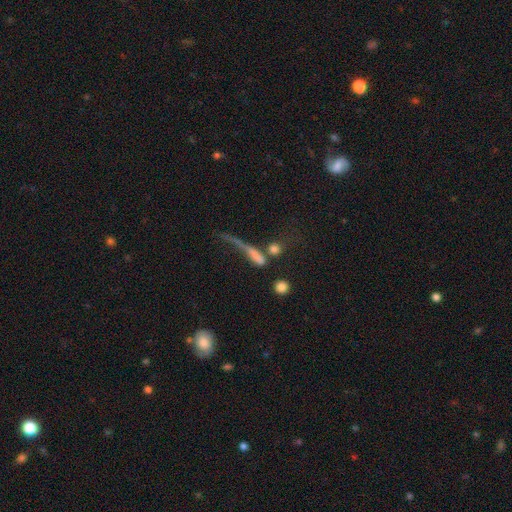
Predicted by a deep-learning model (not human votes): smooth_or_featured: smooth (p=0.57) [alt: featured or disk p=0.29]
how_rounded: cigar-shaped (p=0.51) [alt: in between p=0.28]
merging: major disturbance (p=0.34) [alt: none p=0.31]